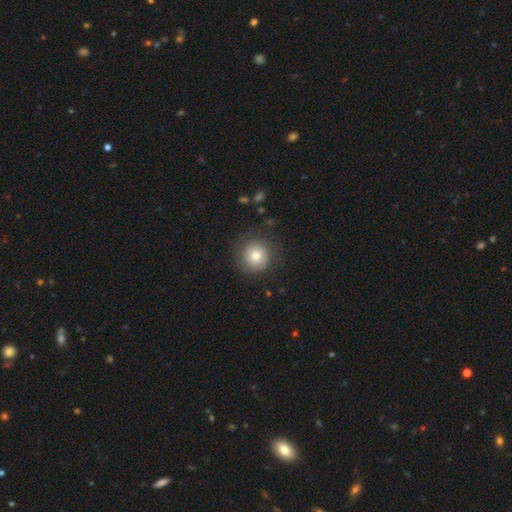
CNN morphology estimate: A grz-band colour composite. It shows a smooth galaxy with no disk features (74%) that is round (93%). Merging: none (79%).